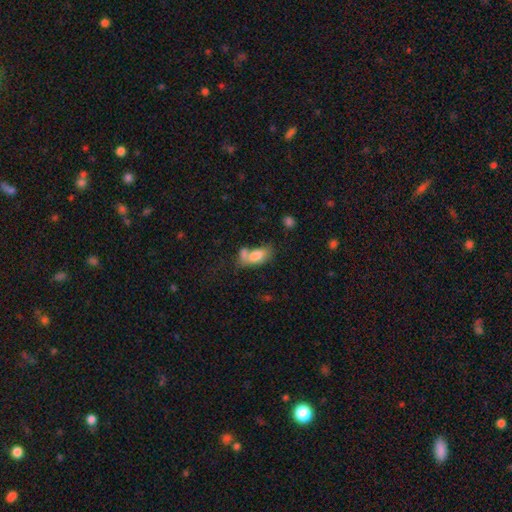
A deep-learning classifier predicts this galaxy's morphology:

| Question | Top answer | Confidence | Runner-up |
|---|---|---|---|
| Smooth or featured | smooth | 78% | featured or disk (14%) |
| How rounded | in between | 89% | cigar-shaped (7%) |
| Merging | merger | 43% | none (29%) |